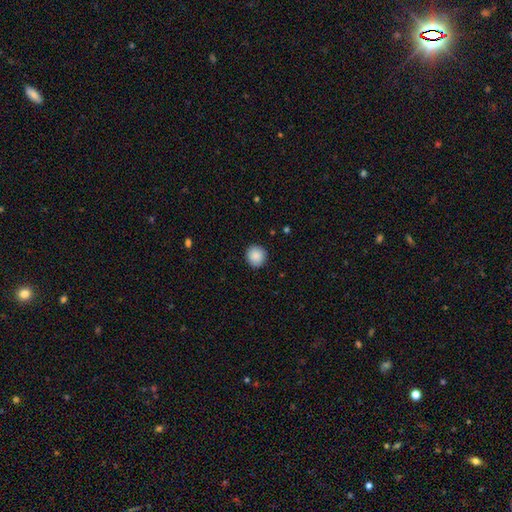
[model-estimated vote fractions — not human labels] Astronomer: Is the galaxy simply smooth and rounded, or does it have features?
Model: smooth — 89%.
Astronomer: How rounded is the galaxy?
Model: round — 91%.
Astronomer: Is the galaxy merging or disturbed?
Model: none — 91%.